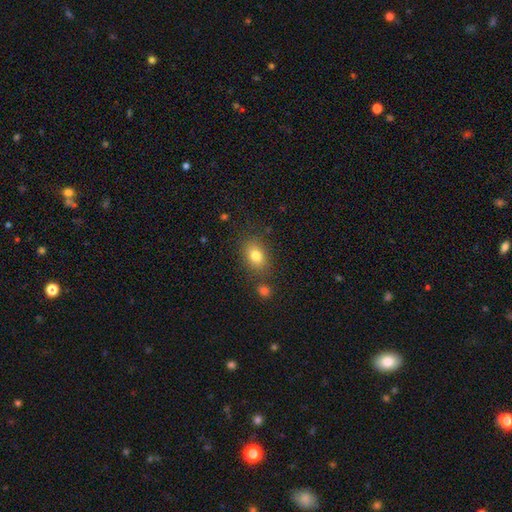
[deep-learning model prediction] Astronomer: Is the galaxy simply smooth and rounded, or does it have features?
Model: smooth — 80%.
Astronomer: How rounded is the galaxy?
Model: in between — 77%.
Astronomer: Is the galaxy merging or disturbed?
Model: none — 77%.